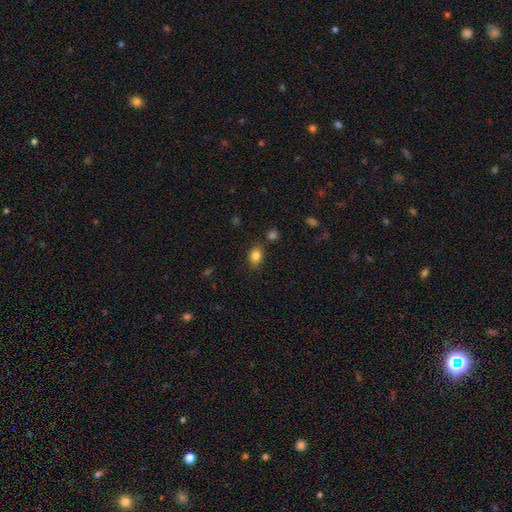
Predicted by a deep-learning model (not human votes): smooth_or_featured: smooth (p=0.84) [alt: star or artifact p=0.10]
how_rounded: in between (p=0.70) [alt: round p=0.29]
merging: none (p=0.80) [alt: minor disturbance p=0.12]